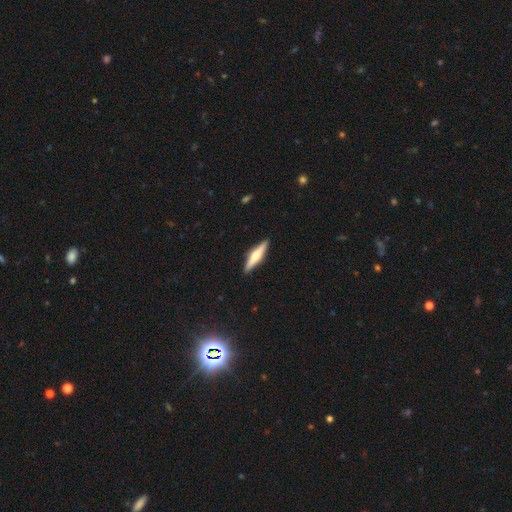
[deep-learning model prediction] A featured or disk galaxy (58%) viewed edge-on (96%) with a rounded central bulge (90%).

Vote fractions:
- Smooth or featured? featured or disk: 58% / smooth: 37% / star or artifact: 5%
- Edge-on disk? yes: 96% / no: 4%
- Edge-on bulge? rounded: 90% / boxy: 6% / none: 4%
- Merging? none: 91% / minor disturbance: 7% / major disturbance: 1% / merger: 1%